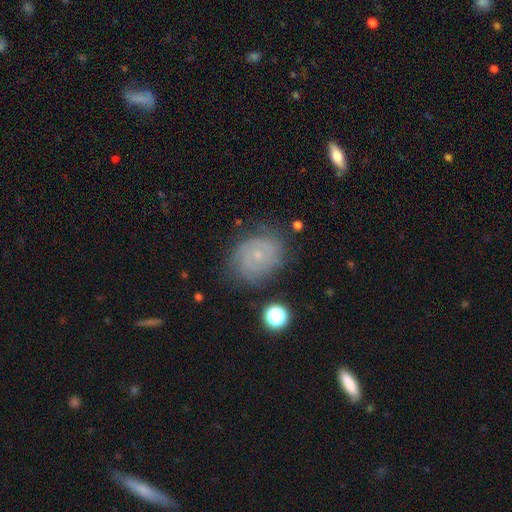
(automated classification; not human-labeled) This appears to be a featured or disk galaxy (66%) with no bar (79%), tight (69%) spiral arms (86%) and a small central bulge (81%). Merging: none (72%).